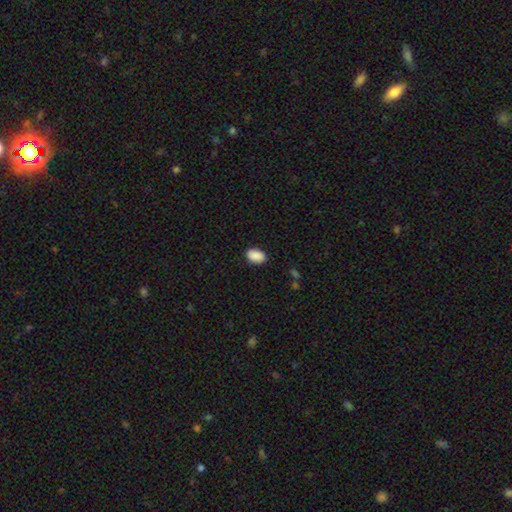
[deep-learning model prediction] A smooth galaxy with no disk features (91%) that is in between round and cigar-shaped (90%).

Vote fractions:
- Smooth or featured? smooth: 91% / star or artifact: 7% / featured or disk: 2%
- How rounded? in between: 90% / round: 8% / cigar-shaped: 1%
- Merging? none: 89% / minor disturbance: 8% / major disturbance: 2% / merger: 1%